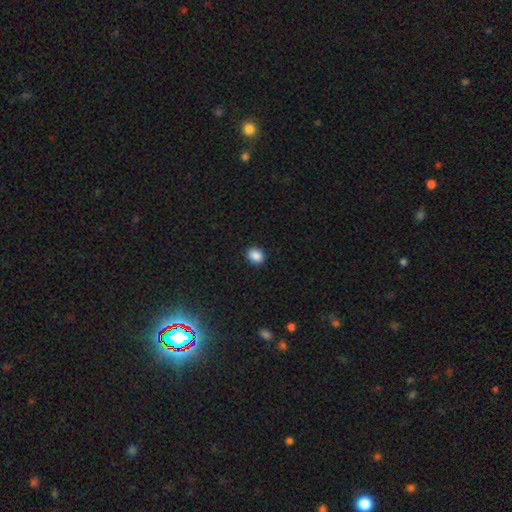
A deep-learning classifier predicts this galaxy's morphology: This appears to be a smooth galaxy with no disk features (88%) that is round (61%). Merging: none (90%).